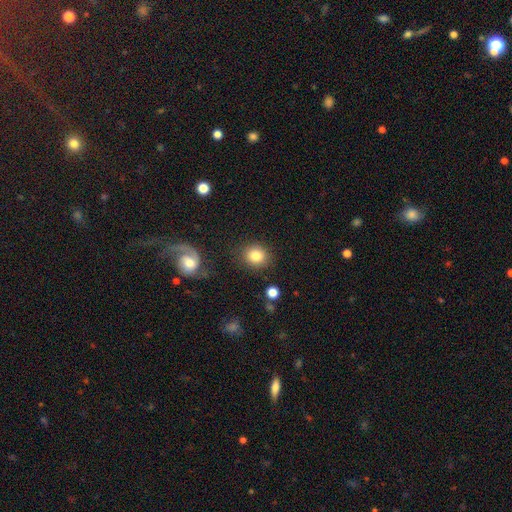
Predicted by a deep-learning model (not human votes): Q: Smooth or featured?
A: smooth (83%); runner-up: star or artifact (10%)
Q: How rounded?
A: round (80%); runner-up: in between (19%)
Q: Merging?
A: none (84%); runner-up: minor disturbance (10%)